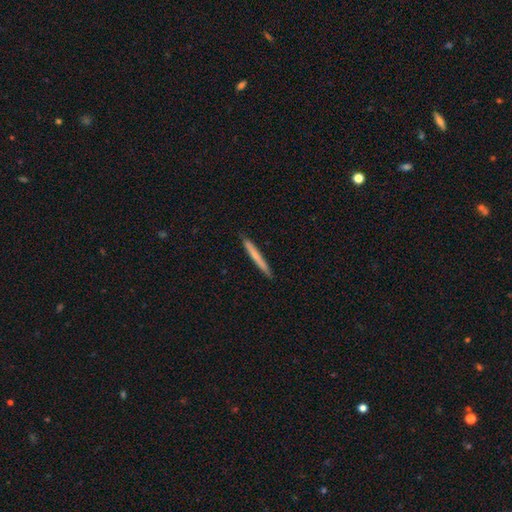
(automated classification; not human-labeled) smooth-or-featured: smooth: 64% | featured or disk: 30% | star or artifact: 5%
  how-rounded: cigar-shaped: 97% | in between: 2% | round: 1%
  merging: none: 91% | minor disturbance: 6% | major disturbance: 1% | merger: 1%